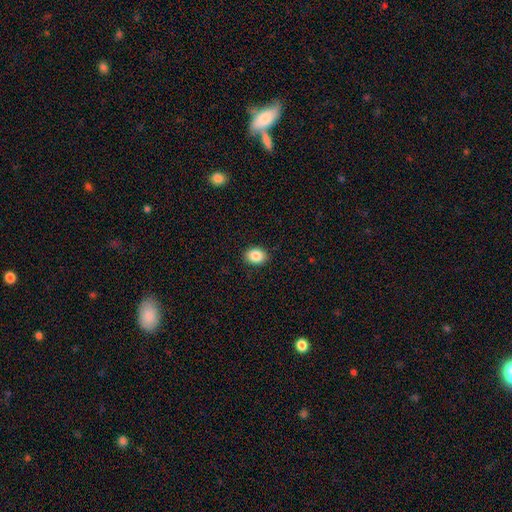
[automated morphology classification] smooth_or_featured: smooth (p=0.87) [alt: star or artifact p=0.09]
how_rounded: in between (p=0.58) [alt: round p=0.41]
merging: none (p=0.90) [alt: minor disturbance p=0.07]